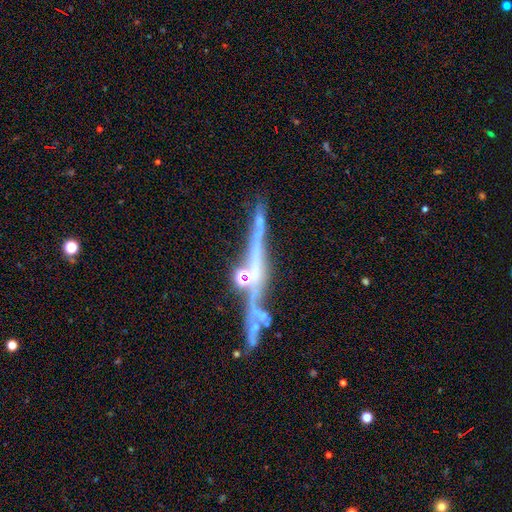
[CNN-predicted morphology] A featured or disk galaxy (50%).

Vote fractions:
- Smooth or featured? featured or disk: 50% / star or artifact: 27% / smooth: 23%
- Merging? none: 45% / merger: 27% / minor disturbance: 16% / major disturbance: 12%